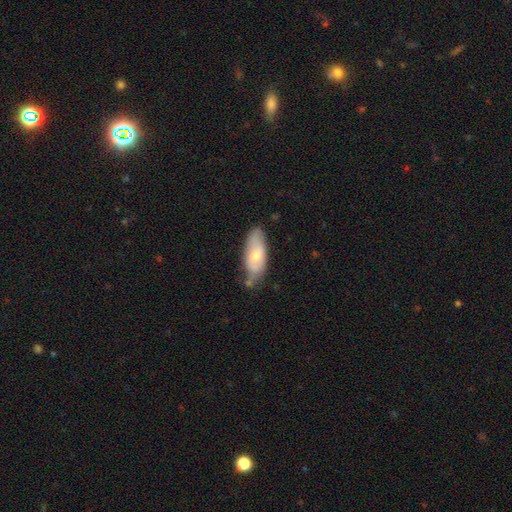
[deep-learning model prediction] A smooth galaxy with no disk features (59%) that is in between round and cigar-shaped (78%).

Vote fractions:
- Smooth or featured? smooth: 59% / featured or disk: 35% / star or artifact: 6%
- How rounded? in between: 78% / cigar-shaped: 19% / round: 2%
- Merging? none: 59% / minor disturbance: 29% / major disturbance: 6% / merger: 6%